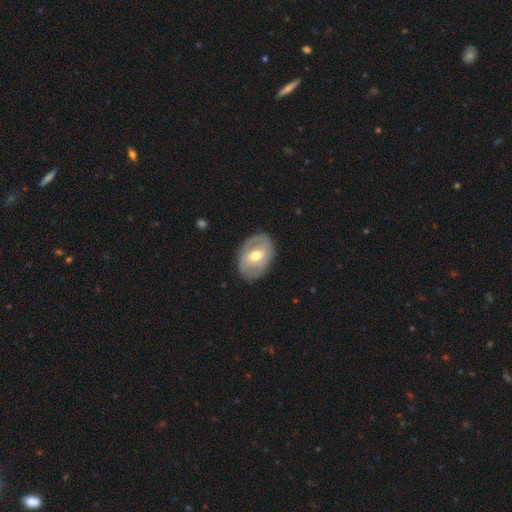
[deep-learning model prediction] Morphology: type=featured or disk (65%); edge-on=no (94%); bar=weak (45%); spiral arms=yes (59%); bulge=moderate (74%); merging=none (81%).